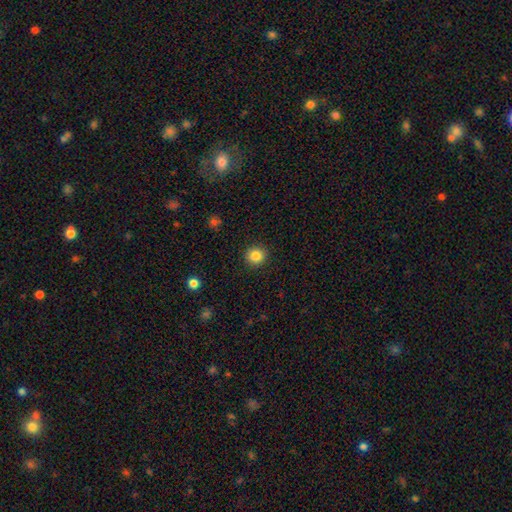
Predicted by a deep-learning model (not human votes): smooth_or_featured: smooth (p=0.84) [alt: star or artifact p=0.11]
how_rounded: round (p=0.91) [alt: in between p=0.09]
merging: none (p=0.91) [alt: minor disturbance p=0.06]